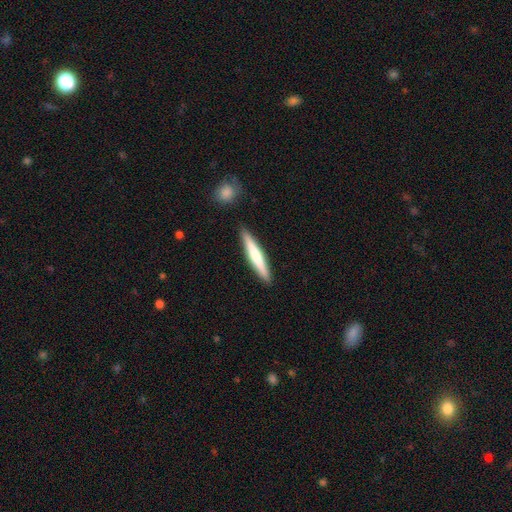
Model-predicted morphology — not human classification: smooth-or-featured: smooth: 55% | featured or disk: 40% | star or artifact: 5%
  how-rounded: cigar-shaped: 94% | in between: 5% | round: 1%
  merging: none: 90% | minor disturbance: 7% | merger: 1% | major disturbance: 1%